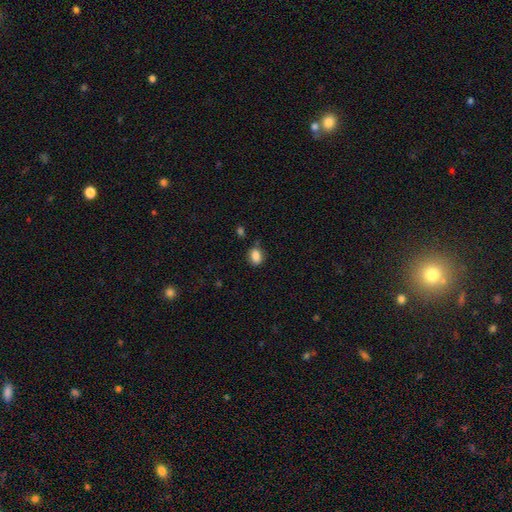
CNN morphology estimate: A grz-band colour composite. It shows a smooth galaxy with no disk features (85%) that is in between round and cigar-shaped (65%). Merging: none (75%).